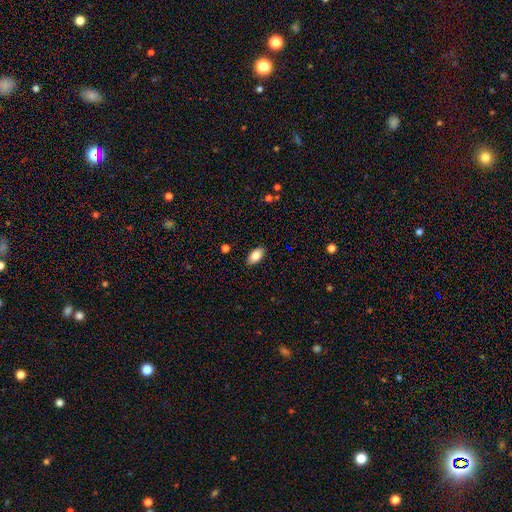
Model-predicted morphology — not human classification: Smooth or featured?
  - smooth: 84% *
  - featured or disk: 9%
  - star or artifact: 7%
How rounded?
  - in between: 93% *
  - round: 4%
  - cigar-shaped: 4%
Merging?
  - none: 88% *
  - minor disturbance: 9%
  - major disturbance: 2%
  - merger: 1%